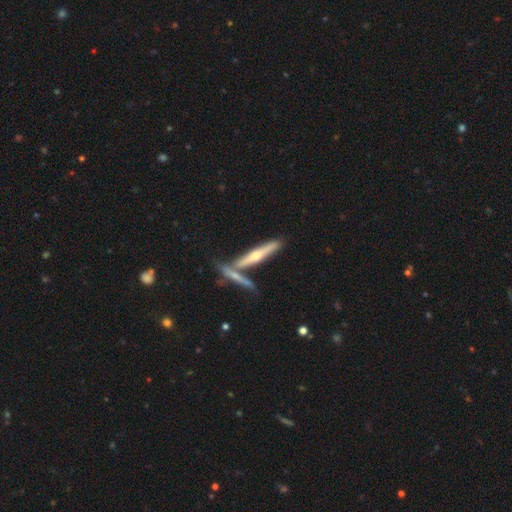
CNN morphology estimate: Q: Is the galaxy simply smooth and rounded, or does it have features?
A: featured or disk — 67%.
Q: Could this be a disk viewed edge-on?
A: yes — 95%.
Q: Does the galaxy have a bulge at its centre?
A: rounded — 83%.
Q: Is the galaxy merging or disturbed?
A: none — 65%.